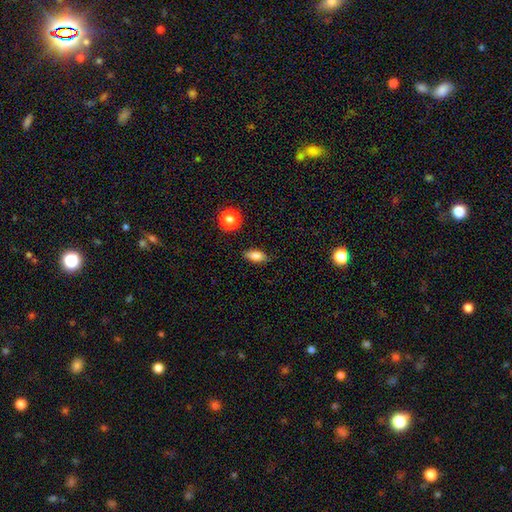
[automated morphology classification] This is clearly a smooth galaxy (80%). How rounded: likely in between (80%). Merging: clearly none (83%).